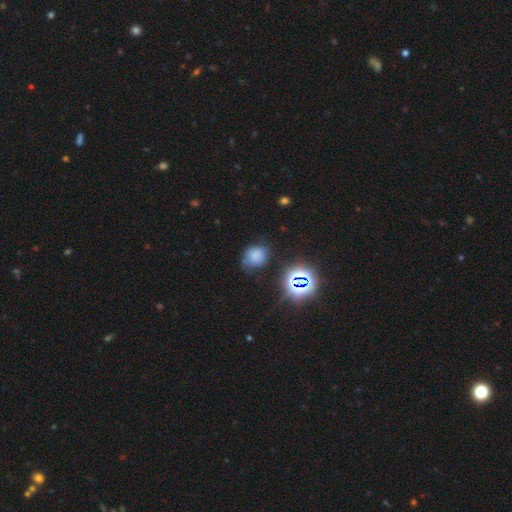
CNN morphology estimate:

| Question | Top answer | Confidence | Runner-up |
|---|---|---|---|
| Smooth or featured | smooth | 69% | star or artifact (22%) |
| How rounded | round | 71% | in between (28%) |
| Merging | none | 63% | minor disturbance (26%) |